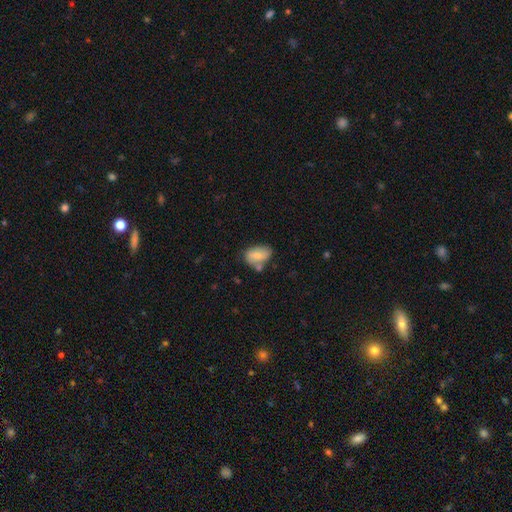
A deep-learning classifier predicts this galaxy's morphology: Smooth or featured: smooth — 66% (featured or disk — 26%)
How rounded: in between — 83% (round — 16%)
Merging: none — 54% (minor disturbance — 24%)